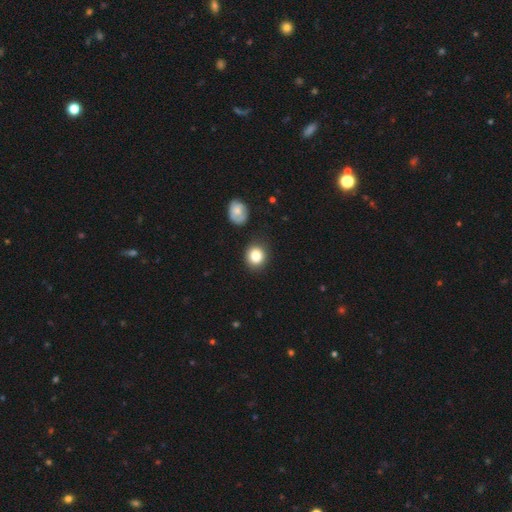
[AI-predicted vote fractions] Overall: smooth (83%). How rounded: round (77%). Merging: none (85%).